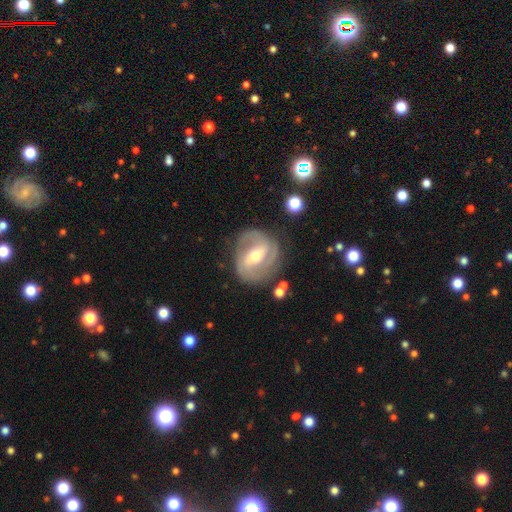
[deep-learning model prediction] smooth-or-featured: featured or disk: 83% | smooth: 11% | star or artifact: 5%
  disk-edge-on: no: 97% | yes: 3%
    bar: strong: 43% | weak: 40% | no: 17%
    has-spiral-arms: yes: 91% | no: 9%
      spiral-winding: medium: 46% | tight: 37% | loose: 17%
      spiral-arm-count: 2: 78% | can't tell: 9% | 3: 7% | 1: 2% | 4: 2% | more than 4: 2%
    bulge-size: moderate: 62% | small: 33% | large: 3% | none: 1% | dominant: 1%
  merging: none: 77% | minor disturbance: 14% | major disturbance: 6% | merger: 2%